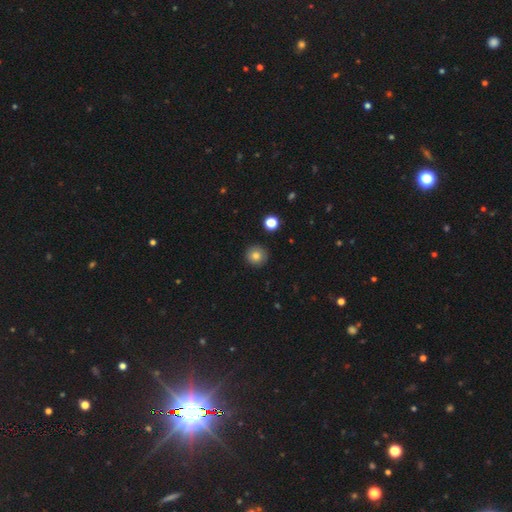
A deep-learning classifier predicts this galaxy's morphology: smooth 82%, star or artifact 10%, featured or disk 8%. Down the decision tree: how rounded — round (94%); merging — none (91%).